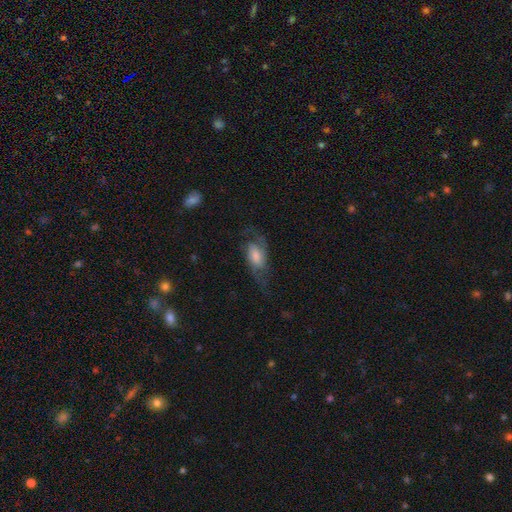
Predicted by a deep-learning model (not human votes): Smooth or featured? featured or disk (65%)
Edge-on disk? no (92%)
Bar? no (54%)
Spiral arms? yes (90%)
Spiral winding? medium (45%)
Spiral arm count? 2 (81%)
Bulge size? moderate (38%)
Merging? none (58%)